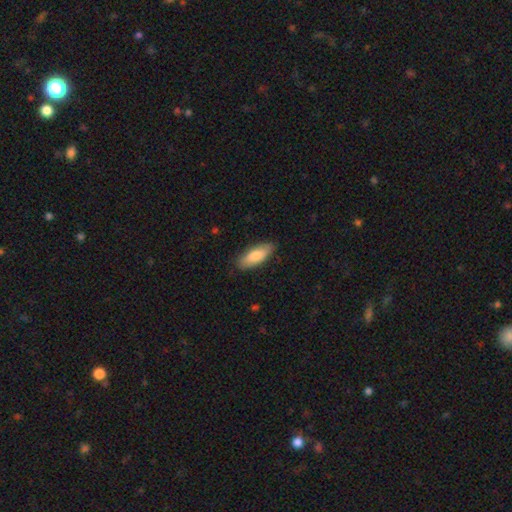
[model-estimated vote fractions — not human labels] A smooth galaxy with no disk features (81%) that is in between round and cigar-shaped (71%). Merging: none (85%).